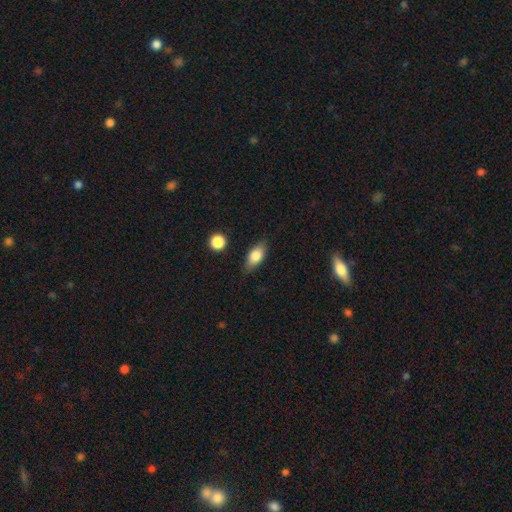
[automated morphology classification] The model was most divided on "smooth or featured": smooth: 77%, featured or disk: 15%, star or artifact: 8%. More confident: how rounded — in between (84%); merging — none (81%).